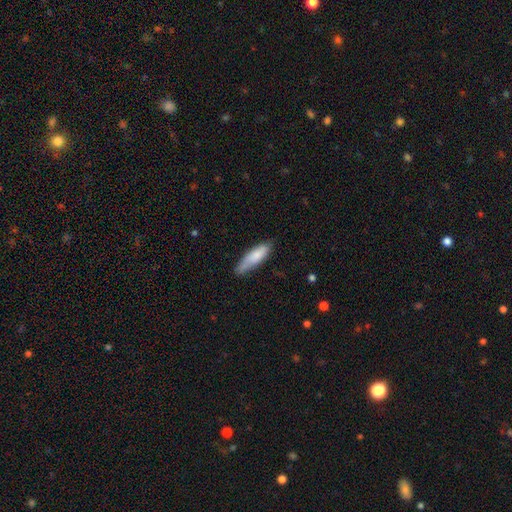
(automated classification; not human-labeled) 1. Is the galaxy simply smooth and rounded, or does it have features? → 79% smooth, 16% featured or disk, 5% star or artifact.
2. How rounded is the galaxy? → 60% cigar-shaped, 38% in between, 1% round.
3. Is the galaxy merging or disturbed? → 66% none, 27% minor disturbance, 5% major disturbance, 2% merger.